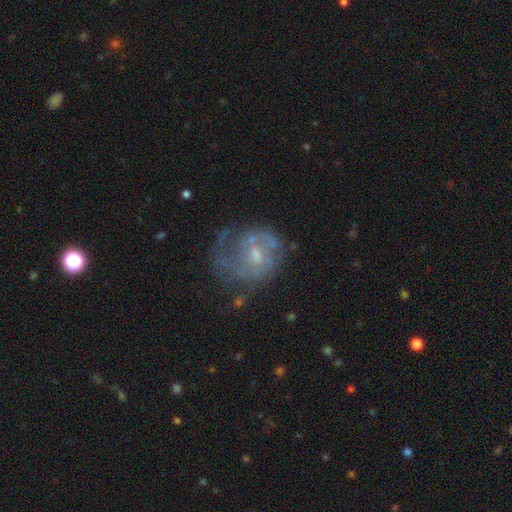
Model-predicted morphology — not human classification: Smooth or featured? Predicted: featured or disk (p=0.67). Edge-on disk? Predicted: no (p=0.98). Bar? Predicted: no (p=0.50). Spiral arms? Predicted: yes (p=0.61). Bulge size? Predicted: small (p=0.48). Merging? Predicted: none (p=0.43).